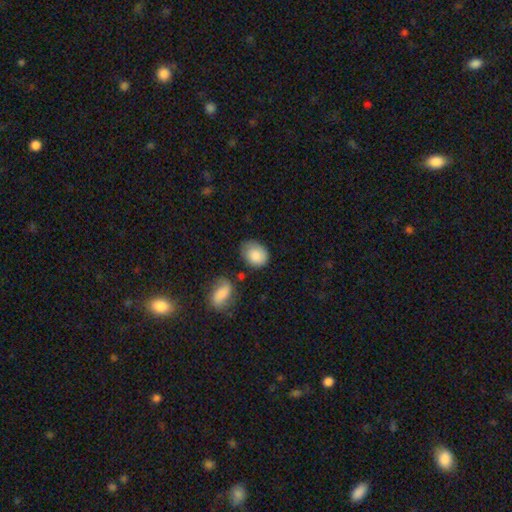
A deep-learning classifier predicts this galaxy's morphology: type=smooth (85%); roundness=in between (54%); merging=none (60%).